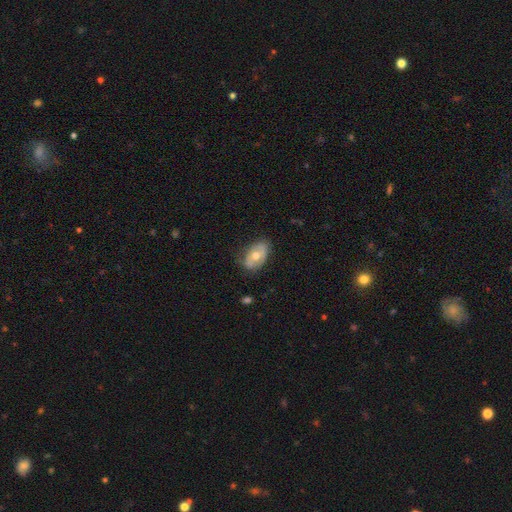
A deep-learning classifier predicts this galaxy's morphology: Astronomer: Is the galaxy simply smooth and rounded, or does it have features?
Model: smooth — 47% (runner-up: featured or disk, 46%).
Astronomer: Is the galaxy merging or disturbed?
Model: none — 69%.